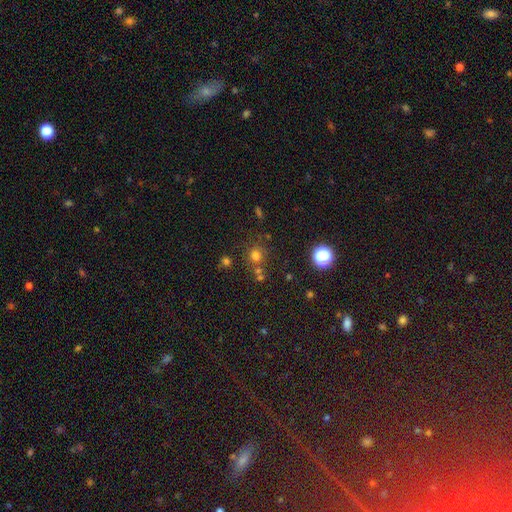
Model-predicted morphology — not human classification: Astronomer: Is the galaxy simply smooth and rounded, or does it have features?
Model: smooth — 67%.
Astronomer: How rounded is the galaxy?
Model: round — 86%.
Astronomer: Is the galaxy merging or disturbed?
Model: none — 68%.